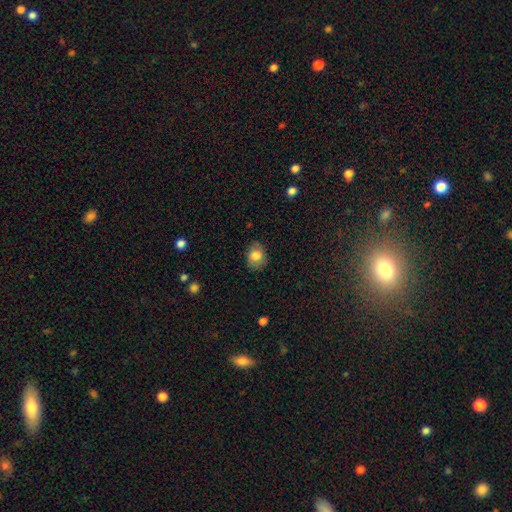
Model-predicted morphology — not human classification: Smooth or featured? Predicted: smooth (p=0.81). How rounded? Predicted: round (p=0.51). Merging? Predicted: none (p=0.79).